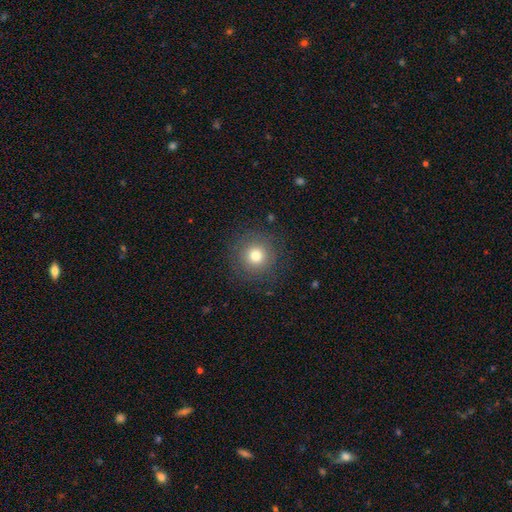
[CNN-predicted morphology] Smooth or featured? Predicted: smooth (p=0.78). How rounded? Predicted: round (p=0.95). Merging? Predicted: none (p=0.87).